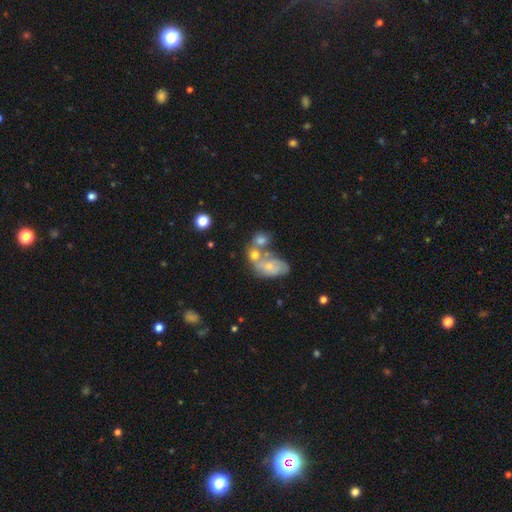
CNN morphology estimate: A featured or disk galaxy (51%).

Vote fractions:
- Smooth or featured? featured or disk: 51% / smooth: 35% / star or artifact: 15%
- Edge-on disk? no: 94% / yes: 6%
- Merging? merger: 49% / none: 29% / minor disturbance: 13% / major disturbance: 8%